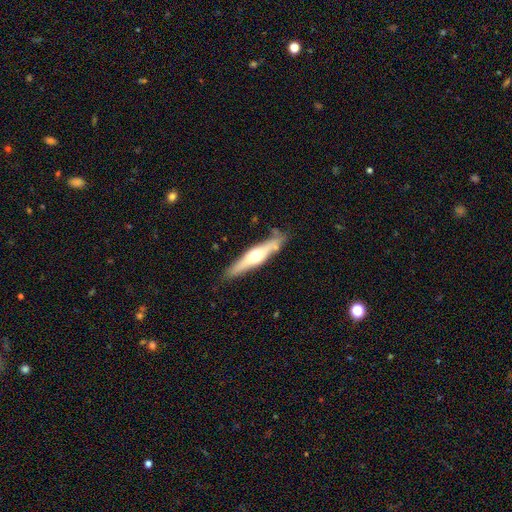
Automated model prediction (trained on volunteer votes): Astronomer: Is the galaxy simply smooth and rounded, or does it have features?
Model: featured or disk — 61%.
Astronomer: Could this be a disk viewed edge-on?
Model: yes — 92%.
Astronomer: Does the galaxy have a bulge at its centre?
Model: rounded — 92%.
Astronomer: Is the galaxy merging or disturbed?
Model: none — 80%.